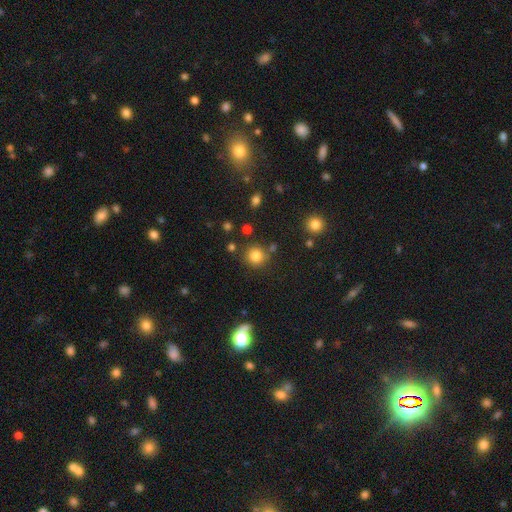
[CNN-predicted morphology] A smooth galaxy with no disk features (82%) that is round (91%).

Vote fractions:
- Smooth or featured? smooth: 82% / star or artifact: 13% / featured or disk: 6%
- How rounded? round: 91% / in between: 8% / cigar-shaped: 1%
- Merging? none: 80% / minor disturbance: 9% / merger: 7% / major disturbance: 4%